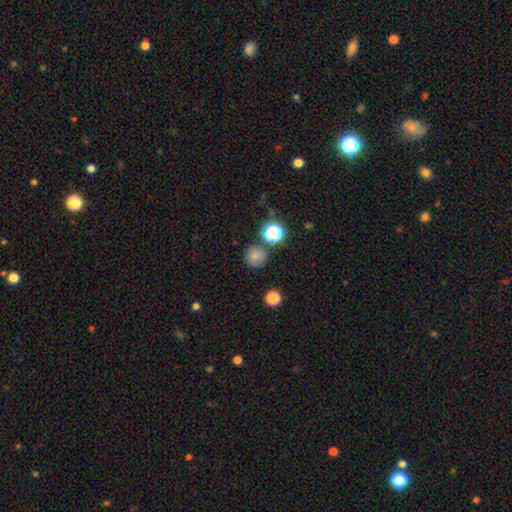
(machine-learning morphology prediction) This is likely a smooth galaxy (76%). How rounded: clearly round (94%). Merging: clearly none (81%).